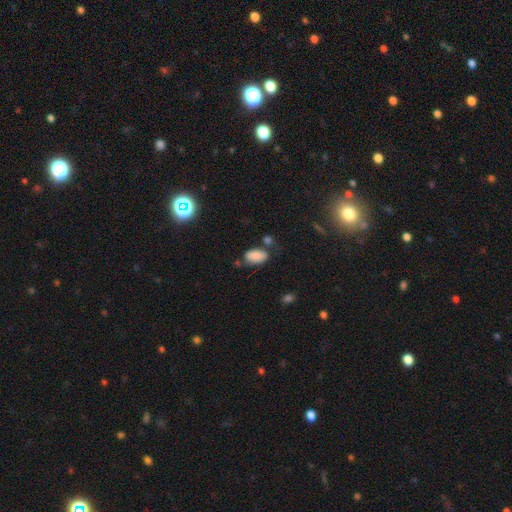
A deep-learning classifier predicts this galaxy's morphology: smooth-or-featured: smooth: 77% | featured or disk: 14% | star or artifact: 9%
  how-rounded: in between: 93% | round: 5% | cigar-shaped: 2%
  merging: none: 55% | minor disturbance: 24% | merger: 13% | major disturbance: 8%